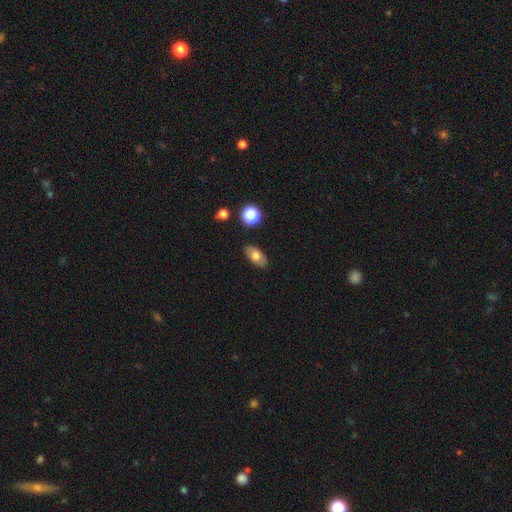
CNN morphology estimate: Smooth or featured? smooth (71%)
How rounded? in between (90%)
Merging? none (86%)